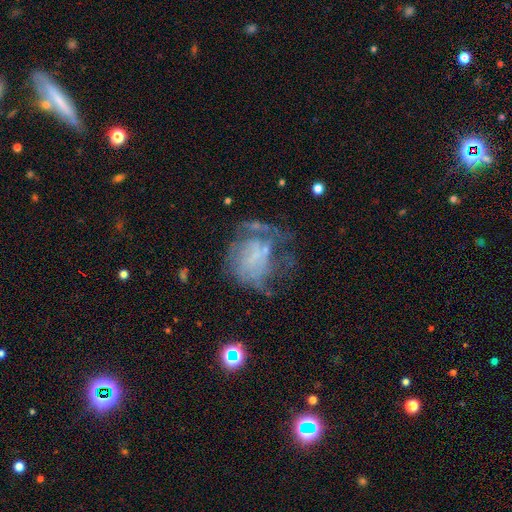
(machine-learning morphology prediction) smooth-or-featured: featured or disk: 56% | smooth: 27% | star or artifact: 17%
  disk-edge-on: no: 97% | yes: 3%
    bar: no: 77% | weak: 17% | strong: 6%
    has-spiral-arms: no: 61% | yes: 39%
    bulge-size: none: 68% | small: 18% | moderate: 8% | large: 4% | dominant: 2%
  merging: major disturbance: 40% | none: 34% | minor disturbance: 21% | merger: 6%